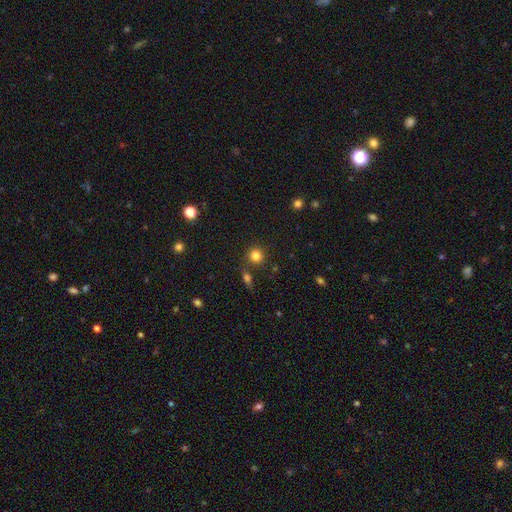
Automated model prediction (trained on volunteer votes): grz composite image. It shows a smooth galaxy with no disk features (82%) that is round (91%). Merging: none (78%).